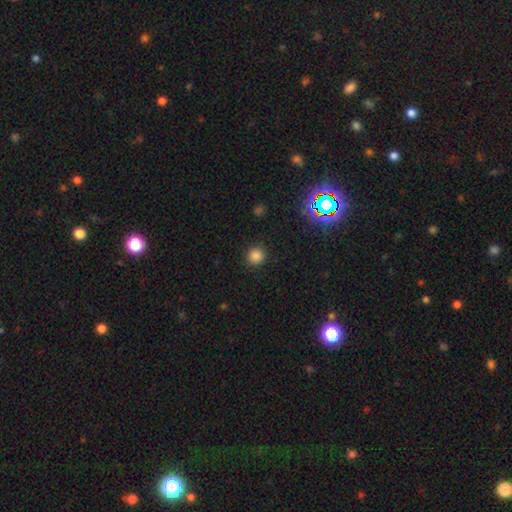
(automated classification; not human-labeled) Q: Smooth or featured?
A: smooth (82%); runner-up: star or artifact (14%)
Q: How rounded?
A: round (94%); runner-up: in between (5%)
Q: Merging?
A: none (91%); runner-up: minor disturbance (5%)